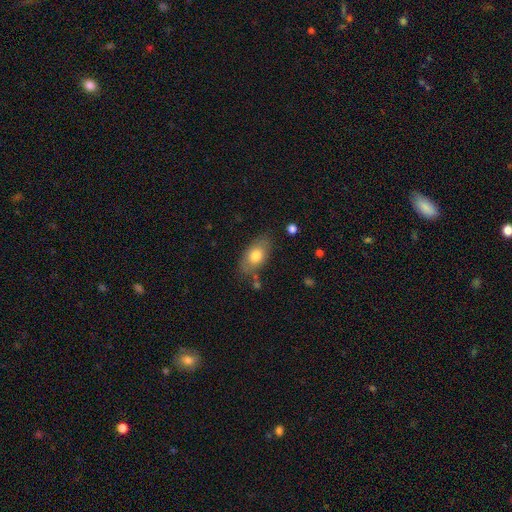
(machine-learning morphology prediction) Smooth or featured? Predicted: smooth (p=0.75). How rounded? Predicted: in between (p=0.90). Merging? Predicted: none (p=0.76).